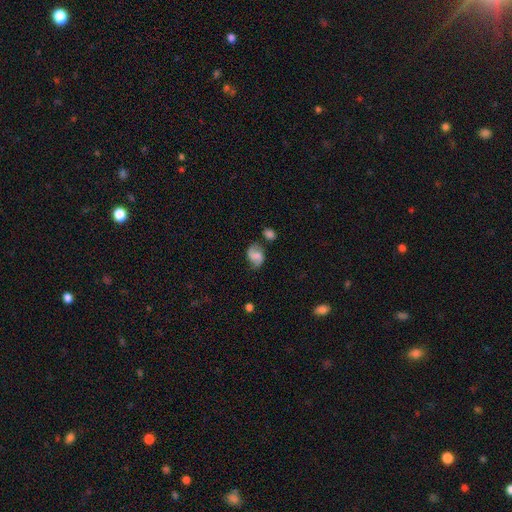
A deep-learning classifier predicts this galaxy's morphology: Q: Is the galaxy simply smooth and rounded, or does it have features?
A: smooth — 46%.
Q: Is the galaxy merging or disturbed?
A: none — 57%.